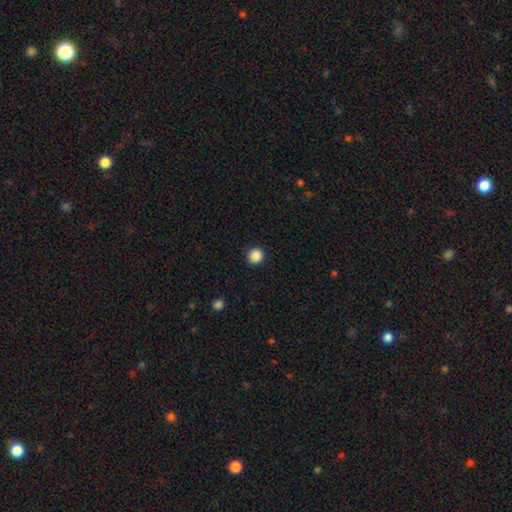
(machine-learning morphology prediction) This is clearly a smooth galaxy (88%). How rounded: clearly round (92%). Merging: clearly none (92%).